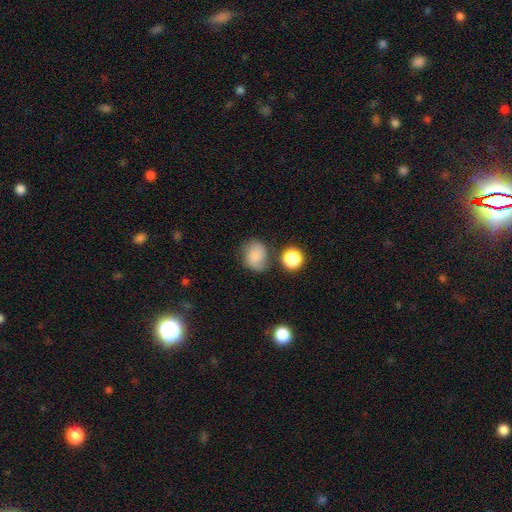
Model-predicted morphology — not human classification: The model was most divided on "how rounded": round: 57%, in between: 42%, cigar-shaped: 1%. More confident: smooth or featured — smooth (68%); merging — none (63%).